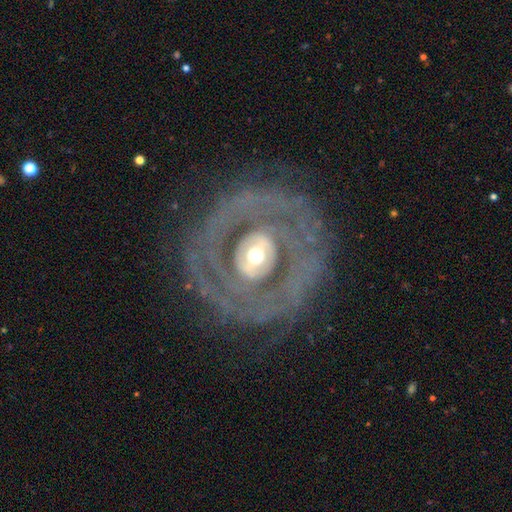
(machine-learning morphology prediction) Smooth or featured? Predicted: featured or disk (p=0.84). Edge-on disk? Predicted: no (p=0.95). Bar? Predicted: no (p=0.37). Spiral arms? Predicted: yes (p=0.77). Spiral winding? Predicted: tight (p=0.63). Spiral arm count? Predicted: 2 (p=0.34). Bulge size? Predicted: moderate (p=0.61). Merging? Predicted: none (p=0.77).